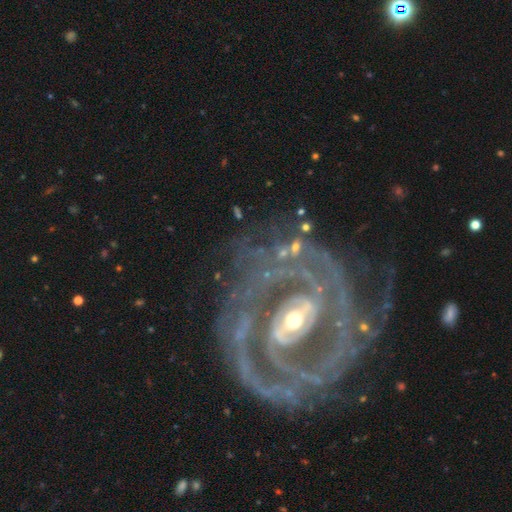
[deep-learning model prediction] This appears to be a featured or disk galaxy (92%) with a strong bar (37%), 2 (48%) tight (71%) spiral arms (97%) and a small central bulge (47%). Merging: none (72%).